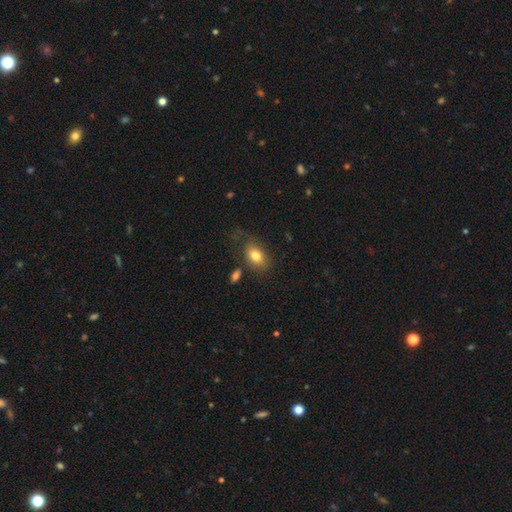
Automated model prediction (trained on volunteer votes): smooth_or_featured: smooth (p=0.79) [alt: featured or disk p=0.12]
how_rounded: in between (p=0.83) [alt: round p=0.15]
merging: none (p=0.65) [alt: minor disturbance p=0.20]